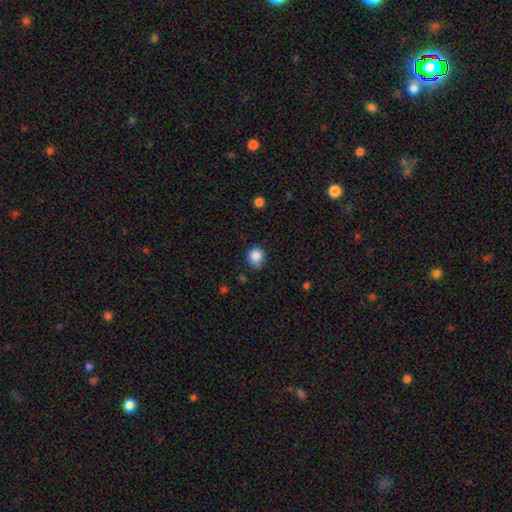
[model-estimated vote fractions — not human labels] smooth 85%, star or artifact 11%, featured or disk 4%. Down the decision tree: how rounded — round (81%); merging — none (70%).